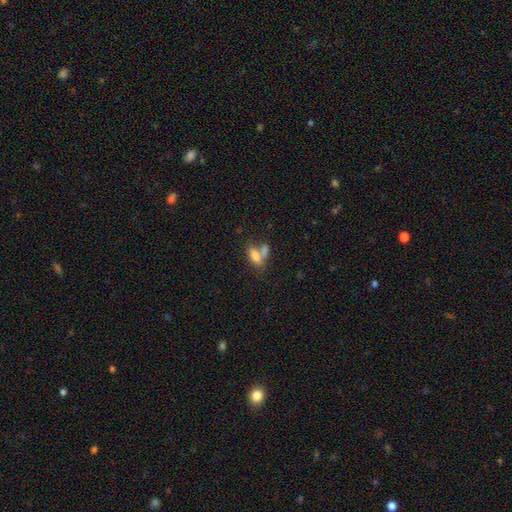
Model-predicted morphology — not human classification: The model was most divided on "merging": merger: 48%, none: 34%, minor disturbance: 11%, major disturbance: 7%. More confident: how rounded — in between (79%); smooth or featured — smooth (74%).